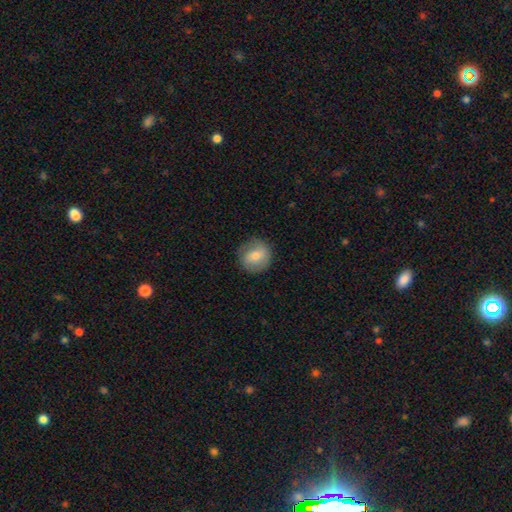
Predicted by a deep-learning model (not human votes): smooth-or-featured: smooth: 65% | featured or disk: 27% | star or artifact: 8%
  how-rounded: round: 83% | in between: 16% | cigar-shaped: 1%
  merging: none: 82% | minor disturbance: 12% | major disturbance: 4% | merger: 1%